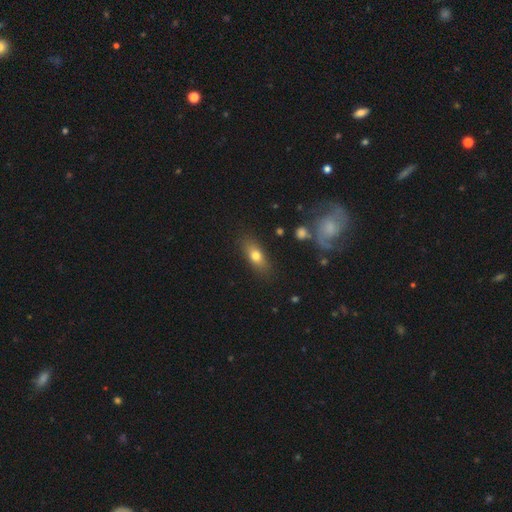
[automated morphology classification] A smooth galaxy with no disk features (72%) that is in between round and cigar-shaped (72%).

Vote fractions:
- Smooth or featured? smooth: 72% / featured or disk: 20% / star or artifact: 9%
- How rounded? in between: 72% / cigar-shaped: 21% / round: 7%
- Merging? none: 82% / minor disturbance: 12% / major disturbance: 4% / merger: 2%